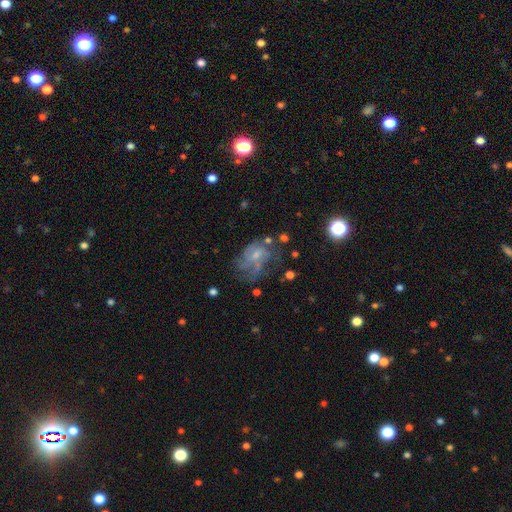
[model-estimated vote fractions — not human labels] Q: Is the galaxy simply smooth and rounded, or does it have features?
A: featured or disk — 66%.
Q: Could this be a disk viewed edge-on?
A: no — 97%.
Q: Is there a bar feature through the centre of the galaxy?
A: no — 64%.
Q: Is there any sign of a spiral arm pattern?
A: yes — 72%.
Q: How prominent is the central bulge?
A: small — 61%.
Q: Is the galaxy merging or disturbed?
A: none — 37%.